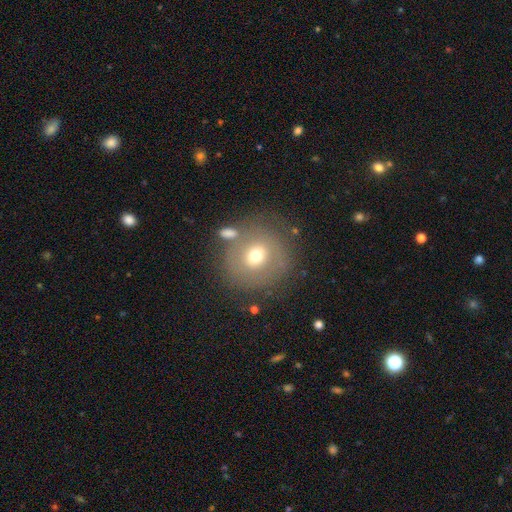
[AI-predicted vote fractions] This is possibly a smooth galaxy (59%). How rounded: clearly round (88%). Merging: likely none (68%).